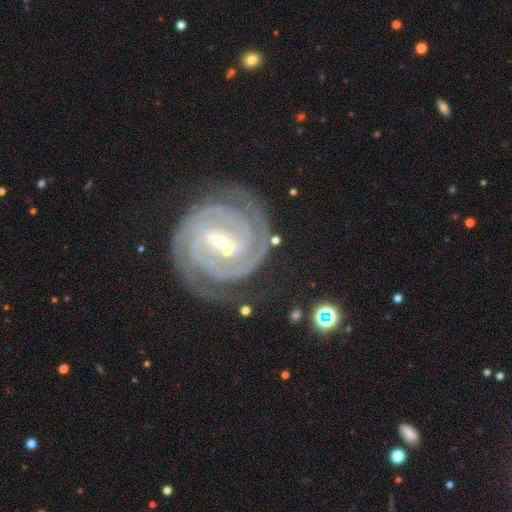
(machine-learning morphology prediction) smooth_or_featured: featured or disk (p=0.90) [alt: star or artifact p=0.06]
disk_edge_on: no (p=0.97) [alt: yes p=0.03]
bar: strong (p=0.63) [alt: weak p=0.29]
has_spiral_arms: yes (p=0.98) [alt: no p=0.02]
spiral_winding: tight (p=0.82) [alt: medium p=0.16]
spiral_arm_count: 2 (p=0.52) [alt: 3 p=0.18]
bulge_size: small (p=0.50) [alt: moderate p=0.42]
merging: none (p=0.81) [alt: minor disturbance p=0.12]